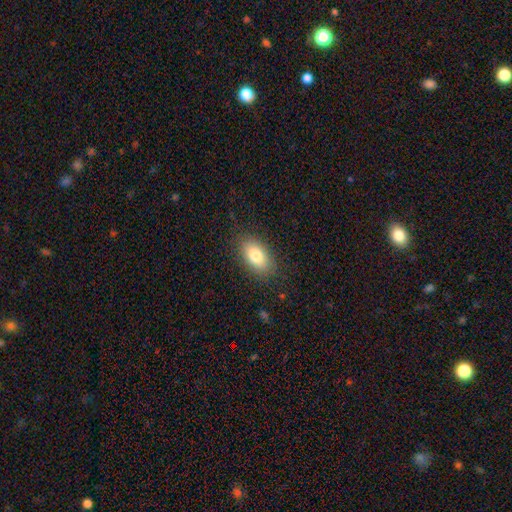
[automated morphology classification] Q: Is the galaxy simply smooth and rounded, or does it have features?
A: smooth — 79%.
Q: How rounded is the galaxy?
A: in between — 90%.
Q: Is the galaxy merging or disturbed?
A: none — 85%.